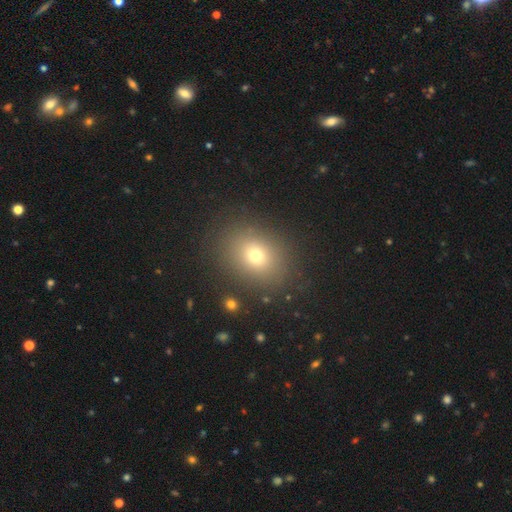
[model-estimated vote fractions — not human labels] This is likely a smooth galaxy (71%). How rounded: possibly round (52%). Merging: clearly none (85%).